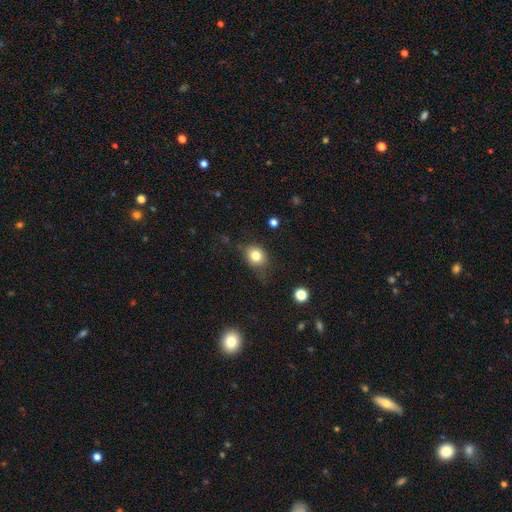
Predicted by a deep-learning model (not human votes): The model was most divided on "how rounded": round: 62%, in between: 37%, cigar-shaped: 1%. More confident: smooth or featured — smooth (80%); merging — none (69%).